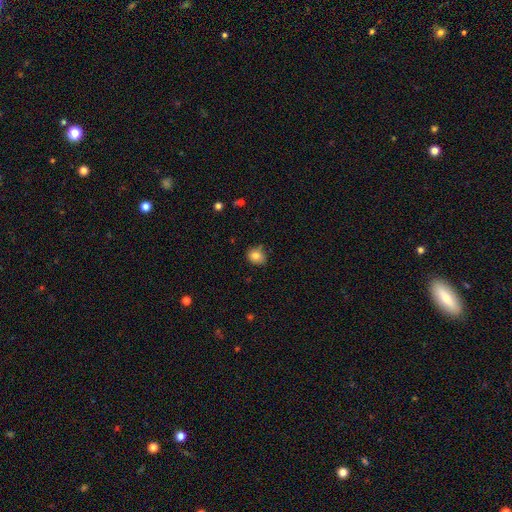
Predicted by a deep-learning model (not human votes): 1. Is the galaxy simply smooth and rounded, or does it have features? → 81% smooth, 10% star or artifact, 8% featured or disk.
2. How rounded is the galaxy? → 68% round, 31% in between, 1% cigar-shaped.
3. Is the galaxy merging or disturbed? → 73% none, 21% minor disturbance, 3% major disturbance, 2% merger.